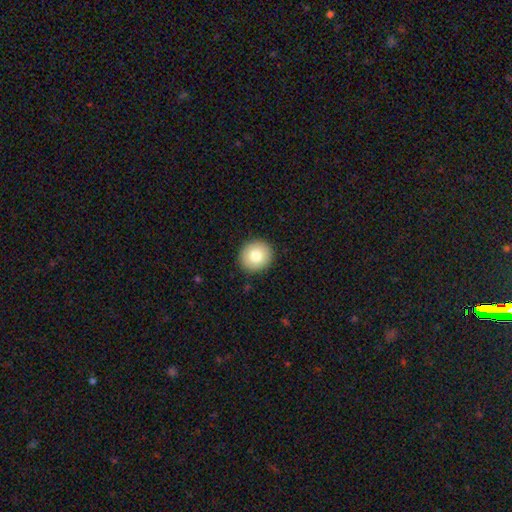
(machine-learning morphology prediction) A smooth galaxy with no disk features (78%) that is round (88%).

Vote fractions:
- Smooth or featured? smooth: 78% / featured or disk: 13% / star or artifact: 9%
- How rounded? round: 88% / in between: 11% / cigar-shaped: 1%
- Merging? none: 91% / minor disturbance: 6% / major disturbance: 2% / merger: 1%